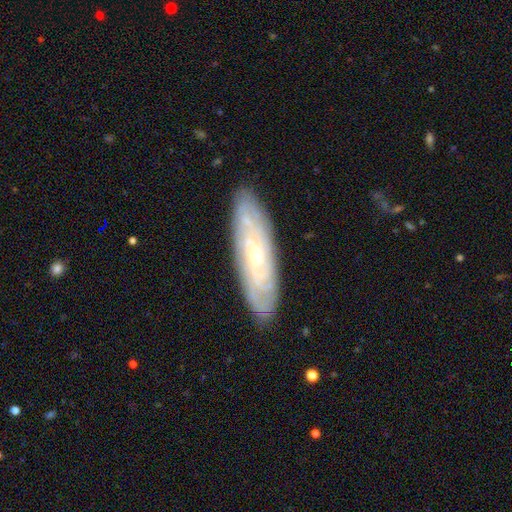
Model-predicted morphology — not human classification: This is likely a featured or disk galaxy (78%). It is likely not viewed edge-on (78%). Bar: likely no (71%). Spiral arm pattern: clearly yes (89%). Spiral arm count: possibly can't tell (59%). Spiral winding: likely tight (76%). Central bulge: likely small (60%). Merging: clearly none (86%).